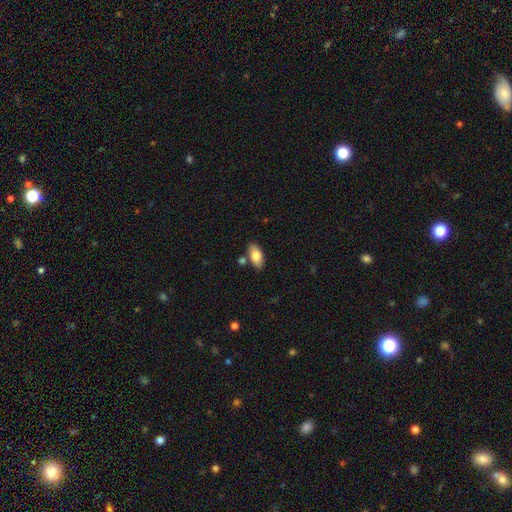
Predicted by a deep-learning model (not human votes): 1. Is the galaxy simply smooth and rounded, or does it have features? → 80% smooth, 13% featured or disk, 6% star or artifact.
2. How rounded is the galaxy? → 91% in between, 7% cigar-shaped, 3% round.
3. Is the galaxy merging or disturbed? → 79% none, 12% minor disturbance, 7% merger, 2% major disturbance.